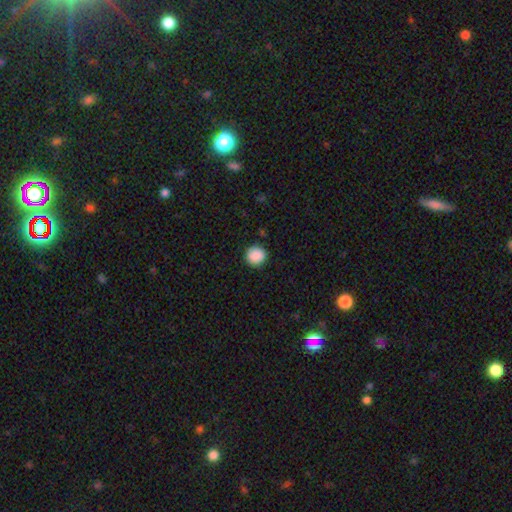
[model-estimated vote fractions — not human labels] Q: Smooth or featured?
A: smooth (89%); runner-up: star or artifact (8%)
Q: How rounded?
A: round (94%); runner-up: in between (5%)
Q: Merging?
A: none (90%); runner-up: minor disturbance (7%)